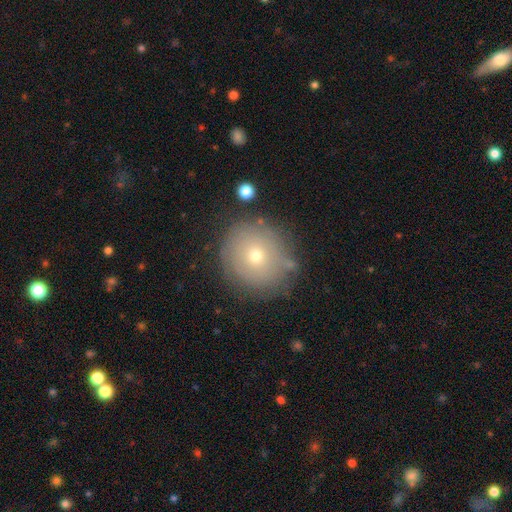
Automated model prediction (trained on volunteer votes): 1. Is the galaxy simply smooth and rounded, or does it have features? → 60% smooth, 27% featured or disk, 13% star or artifact.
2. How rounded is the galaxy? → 91% round, 8% in between, 1% cigar-shaped.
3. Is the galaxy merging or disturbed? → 79% none, 14% minor disturbance, 5% major disturbance, 3% merger.